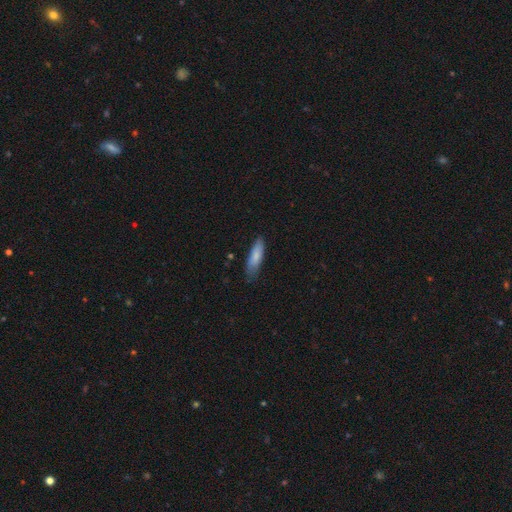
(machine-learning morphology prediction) This is likely a smooth galaxy (80%). How rounded: possibly cigar-shaped (54%). Merging: likely none (70%).